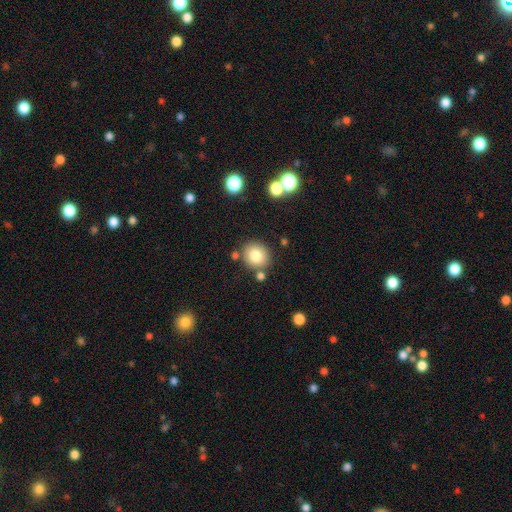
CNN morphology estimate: Overall: smooth (79%). How rounded: round (86%). Merging: none (80%).